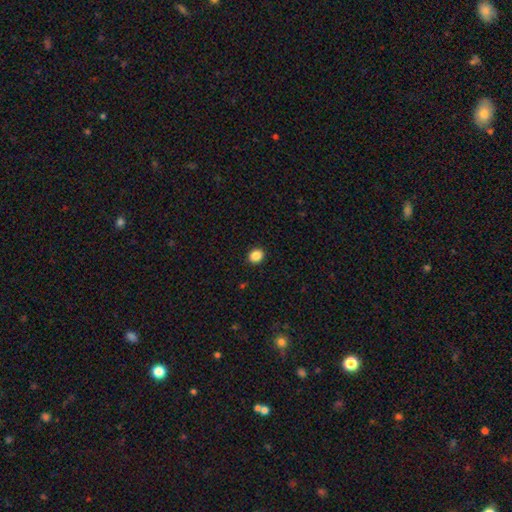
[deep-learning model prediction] Overall: smooth (87%). How rounded: round (73%). Merging: none (92%).